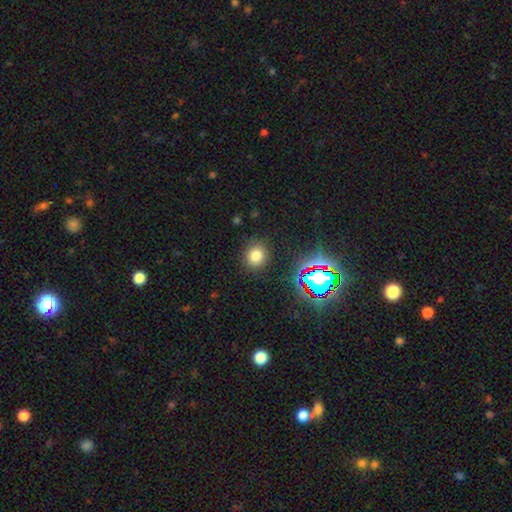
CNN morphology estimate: Overall: smooth (75%). How rounded: round (78%). Merging: none (87%).